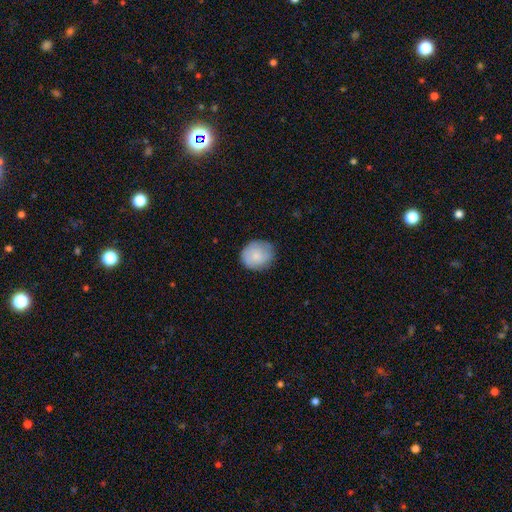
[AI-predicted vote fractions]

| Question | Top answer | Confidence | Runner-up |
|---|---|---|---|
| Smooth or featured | smooth | 79% | featured or disk (15%) |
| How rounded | round | 76% | in between (24%) |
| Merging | none | 77% | minor disturbance (18%) |